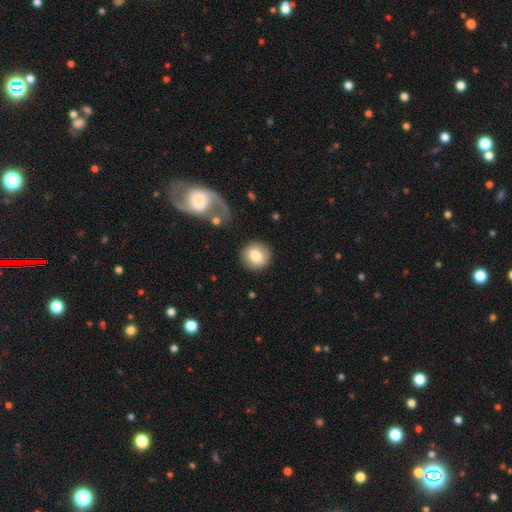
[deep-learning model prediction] A smooth galaxy with no disk features (78%) that is round (90%). Merging: none (86%).